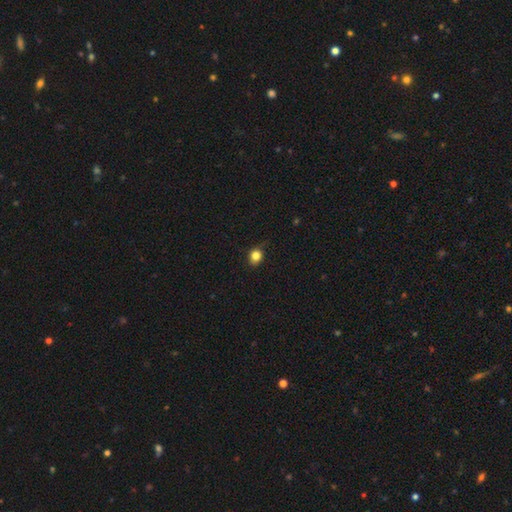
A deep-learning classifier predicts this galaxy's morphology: This is clearly a smooth galaxy (82%). How rounded: likely round (66%). Merging: likely none (75%).